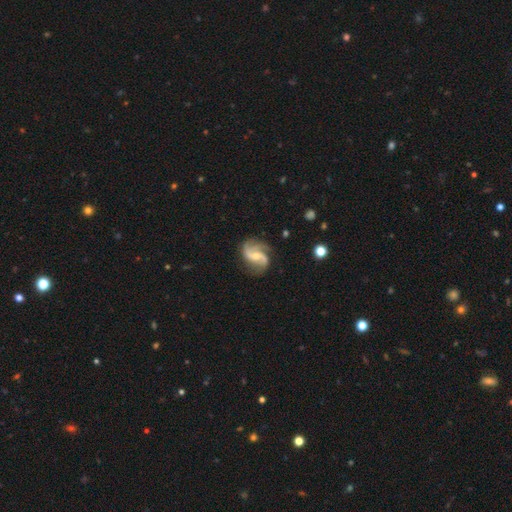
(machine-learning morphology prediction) smooth_or_featured: featured or disk (p=0.90) [alt: smooth p=0.05]
disk_edge_on: no (p=0.98) [alt: yes p=0.02]
bar: weak (p=0.47) [alt: no p=0.36]
has_spiral_arms: yes (p=0.98) [alt: no p=0.02]
spiral_winding: loose (p=0.46) [alt: medium p=0.43]
spiral_arm_count: 2 (p=0.55) [alt: 3 p=0.29]
bulge_size: small (p=0.51) [alt: moderate p=0.40]
merging: none (p=0.71) [alt: minor disturbance p=0.18]